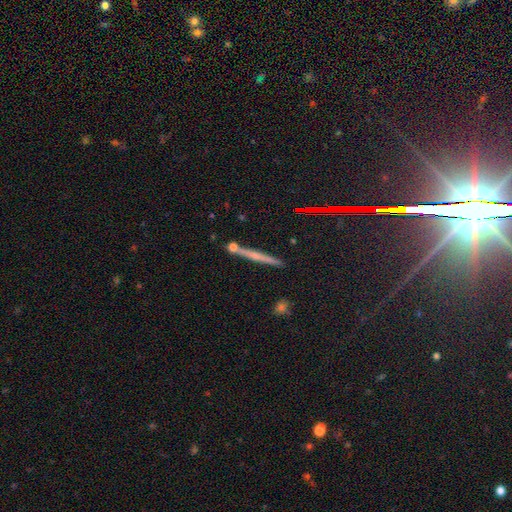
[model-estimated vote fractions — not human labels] featured or disk 46%, smooth 38%, star or artifact 15%. Down the decision tree: merging — none (83%).